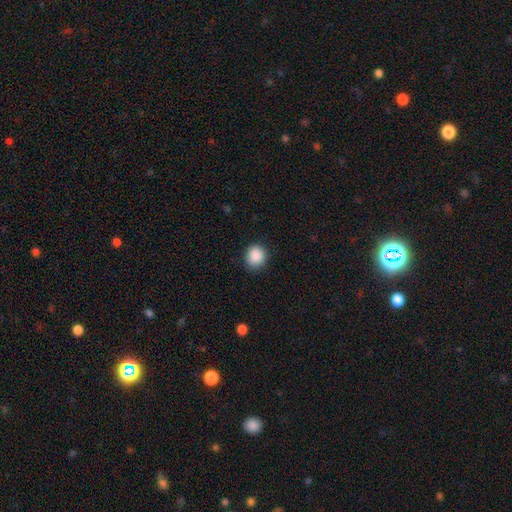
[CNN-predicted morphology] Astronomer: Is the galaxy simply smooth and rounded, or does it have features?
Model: smooth — 89%.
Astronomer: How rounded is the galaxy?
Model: round — 79%.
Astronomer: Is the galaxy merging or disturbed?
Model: none — 87%.